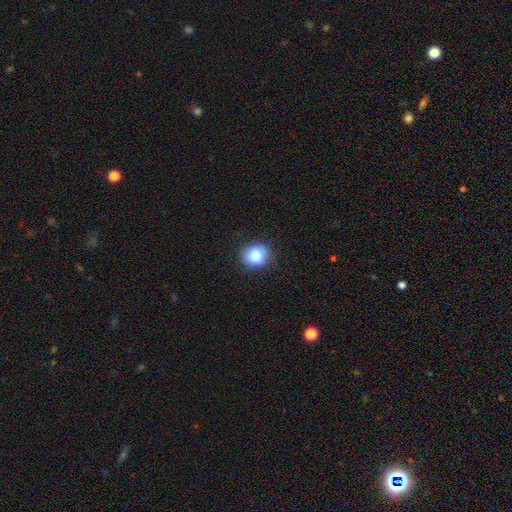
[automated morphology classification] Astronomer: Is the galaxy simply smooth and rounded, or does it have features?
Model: smooth — 86%.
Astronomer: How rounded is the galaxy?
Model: round — 67%.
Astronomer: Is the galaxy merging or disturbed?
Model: none — 86%.